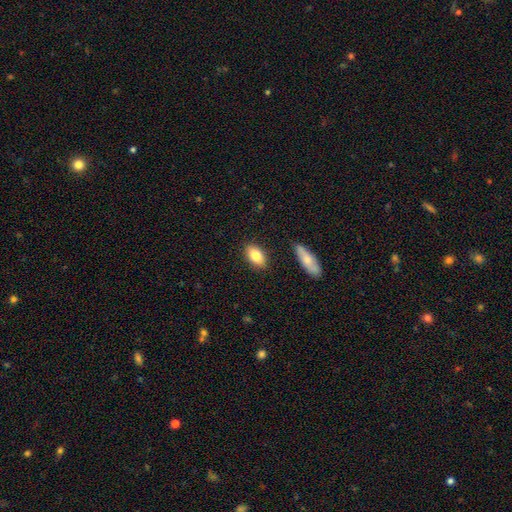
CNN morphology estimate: Smooth or featured? smooth (81%)
How rounded? in between (90%)
Merging? none (86%)